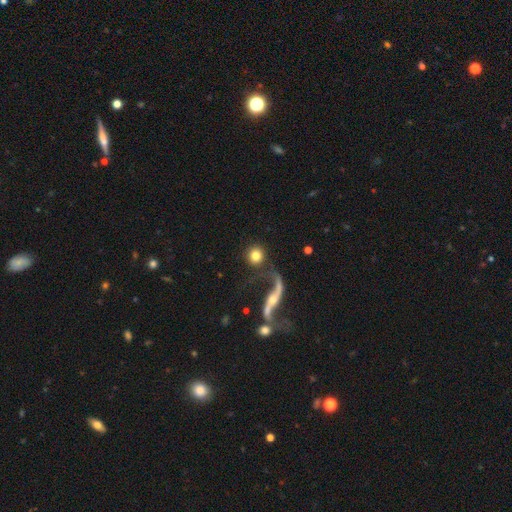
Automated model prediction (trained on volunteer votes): Overall: smooth (70%). How rounded: round (93%). Merging: none (74%).